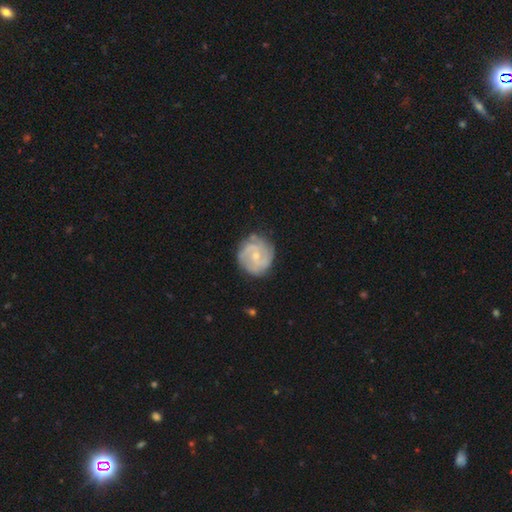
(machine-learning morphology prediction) This appears to be a featured or disk galaxy (78%) with no bar (49%), 2 (47%) tight (53%) spiral arms (93%) and a small central bulge (58%). Merging: none (77%).